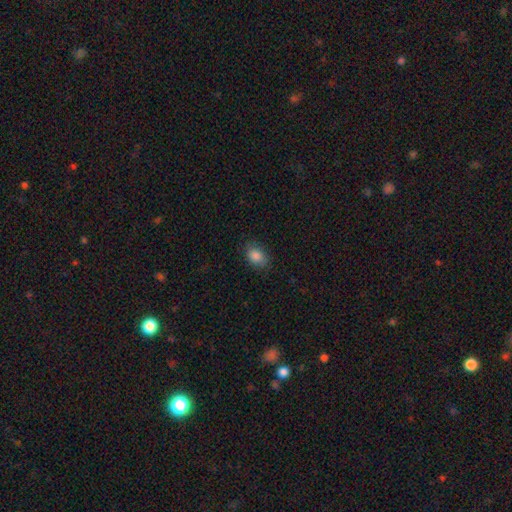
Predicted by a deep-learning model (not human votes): Q: Smooth or featured?
A: smooth (86%); runner-up: star or artifact (9%)
Q: How rounded?
A: in between (77%); runner-up: round (22%)
Q: Merging?
A: none (82%); runner-up: minor disturbance (14%)